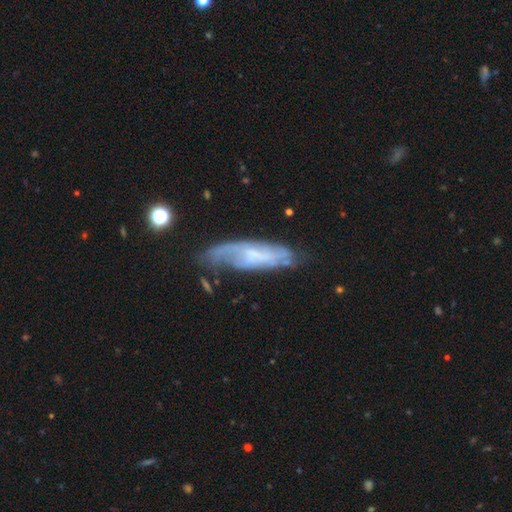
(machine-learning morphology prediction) A featured or disk galaxy (62%).

Vote fractions:
- Smooth or featured? featured or disk: 62% / smooth: 30% / star or artifact: 8%
- Edge-on disk? no: 72% / yes: 28%
- Merging? none: 55% / minor disturbance: 26% / major disturbance: 15% / merger: 4%